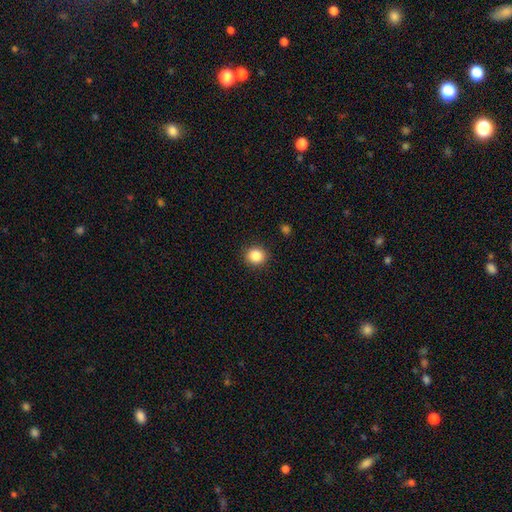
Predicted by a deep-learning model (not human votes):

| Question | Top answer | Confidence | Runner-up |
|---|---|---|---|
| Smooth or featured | smooth | 85% | star or artifact (10%) |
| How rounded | round | 87% | in between (12%) |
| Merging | none | 91% | minor disturbance (6%) |